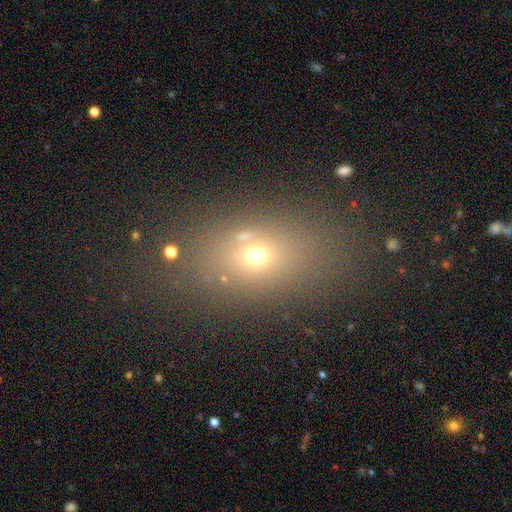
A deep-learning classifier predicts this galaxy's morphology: Smooth or featured? Predicted: smooth (p=0.60). How rounded? Predicted: in between (p=0.69). Merging? Predicted: none (p=0.76).